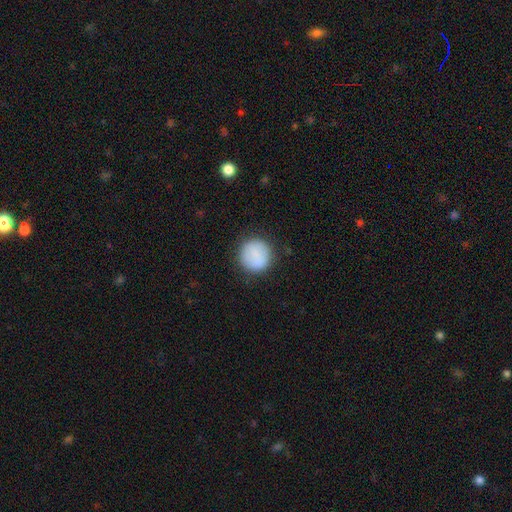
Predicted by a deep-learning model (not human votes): Smooth or featured: smooth — 85% (featured or disk — 8%)
How rounded: round — 94% (in between — 5%)
Merging: none — 87% (minor disturbance — 9%)